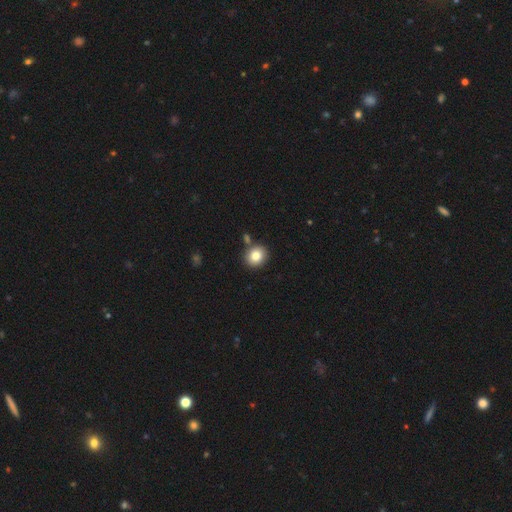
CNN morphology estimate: This appears to be a smooth galaxy with no disk features (83%) that is round (77%). Merging: none (80%).